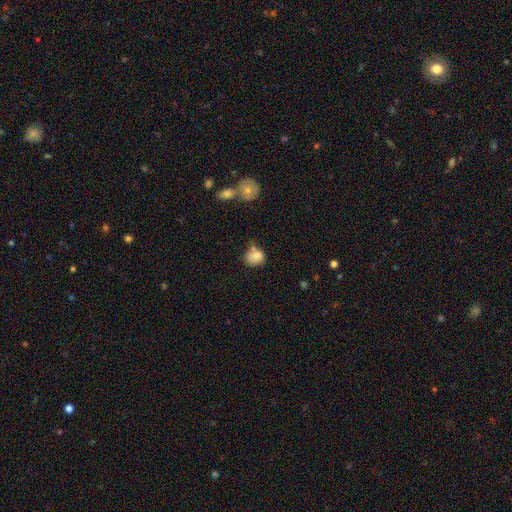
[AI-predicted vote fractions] smooth 79%, featured or disk 11%, star or artifact 10%. Down the decision tree: how rounded — round (62%); merging — none (50%).